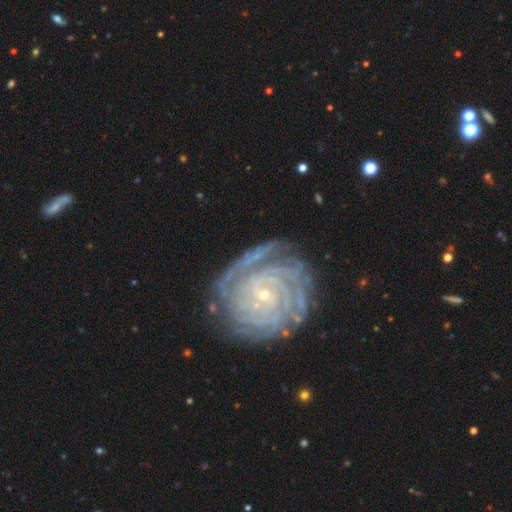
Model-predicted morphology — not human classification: smooth-or-featured: featured or disk: 89% | star or artifact: 6% | smooth: 5%
  disk-edge-on: no: 97% | yes: 3%
    bar: no: 69% | weak: 22% | strong: 9%
    has-spiral-arms: yes: 98% | no: 2%
      spiral-winding: tight: 85% | medium: 13% | loose: 2%
      spiral-arm-count: 4: 27% | can't tell: 19% | more than 4: 18% | 3: 16% | 2: 12% | 1: 8%
    bulge-size: small: 86% | moderate: 10% | none: 2% | large: 1% | dominant: 1%
  merging: none: 72% | minor disturbance: 18% | major disturbance: 7% | merger: 3%